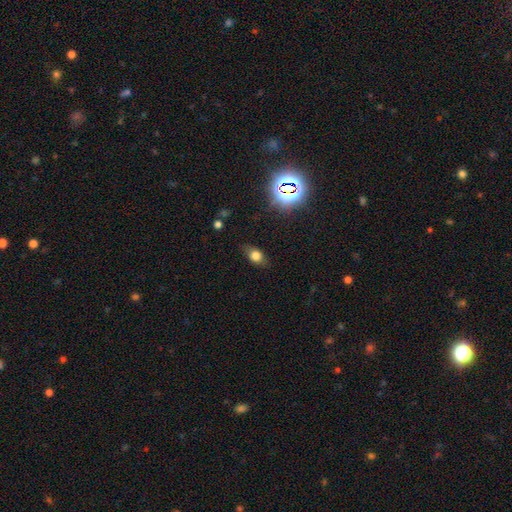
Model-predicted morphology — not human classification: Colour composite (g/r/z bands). It shows a smooth galaxy with no disk features (71%) that is in between round and cigar-shaped (75%). Merging: none (77%).